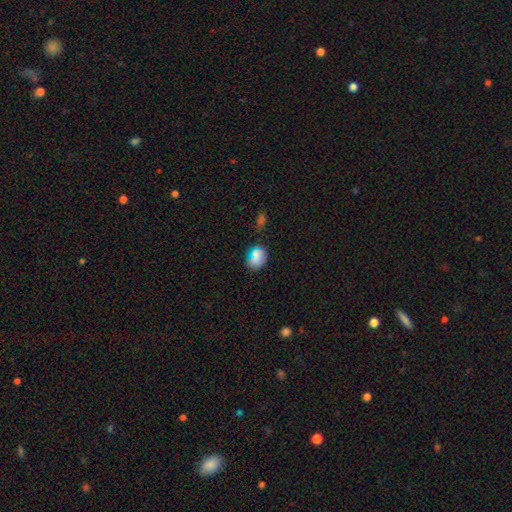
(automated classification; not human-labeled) The model was most divided on "how rounded": in between: 63%, round: 35%, cigar-shaped: 2%. More confident: merging — none (79%); smooth or featured — smooth (74%).